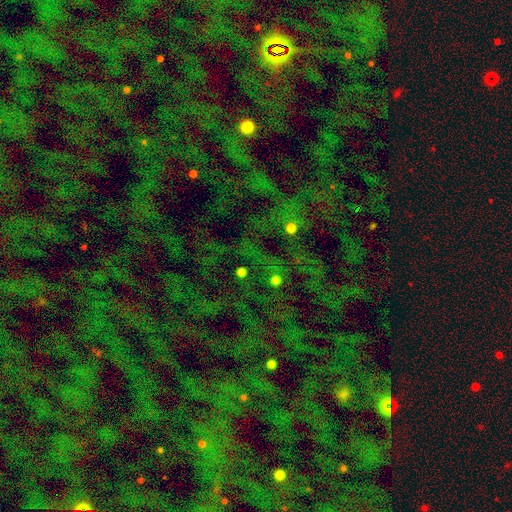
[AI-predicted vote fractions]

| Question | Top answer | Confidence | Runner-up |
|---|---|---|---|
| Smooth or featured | star or artifact | 72% | smooth (17%) |